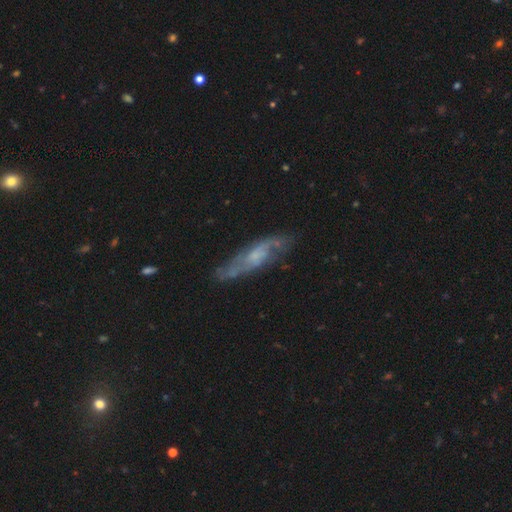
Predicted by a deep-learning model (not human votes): Smooth or featured? Predicted: featured or disk (p=0.67). Edge-on disk? Predicted: no (p=0.69). Merging? Predicted: none (p=0.68).